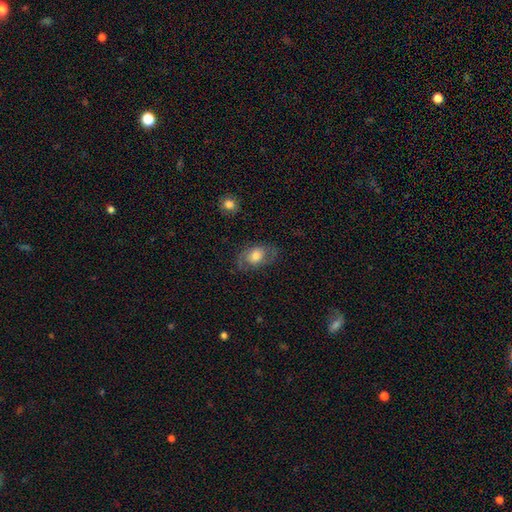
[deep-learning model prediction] smooth_or_featured: featured or disk (p=0.51) [alt: smooth p=0.41]
disk_edge_on: no (p=0.93) [alt: yes p=0.07]
merging: none (p=0.73) [alt: minor disturbance p=0.17]